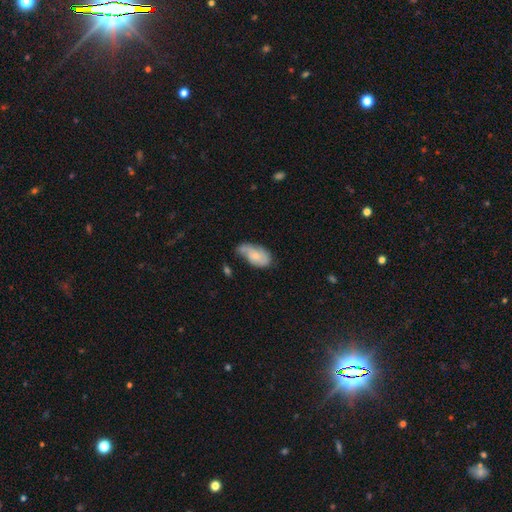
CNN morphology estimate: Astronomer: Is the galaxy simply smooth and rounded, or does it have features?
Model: smooth — 61%.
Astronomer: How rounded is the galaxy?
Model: in between — 93%.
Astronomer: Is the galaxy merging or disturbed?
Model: minor disturbance — 38% (runner-up: none, 37%).